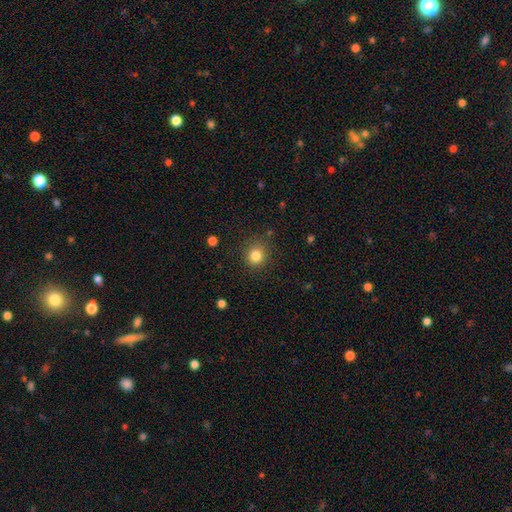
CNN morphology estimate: Smooth or featured?
  - smooth: 83% *
  - star or artifact: 12%
  - featured or disk: 5%
How rounded?
  - round: 88% *
  - in between: 11%
  - cigar-shaped: 1%
Merging?
  - none: 85% *
  - minor disturbance: 10%
  - major disturbance: 4%
  - merger: 2%